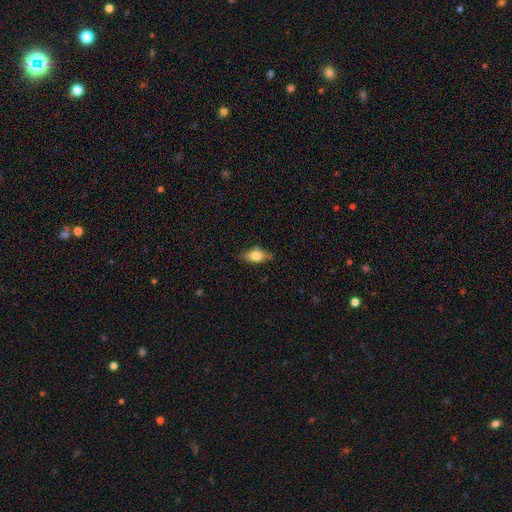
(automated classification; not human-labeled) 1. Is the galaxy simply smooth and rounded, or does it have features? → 67% smooth, 25% featured or disk, 8% star or artifact.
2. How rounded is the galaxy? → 81% in between, 11% cigar-shaped, 8% round.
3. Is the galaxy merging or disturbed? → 73% none, 21% minor disturbance, 4% major disturbance, 1% merger.